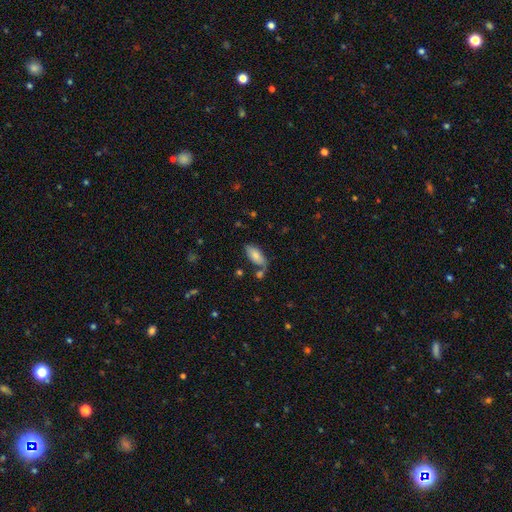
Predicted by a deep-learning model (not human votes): This appears to be a smooth galaxy with no disk features (80%) that is in between round and cigar-shaped (87%). Merging: none (60%).